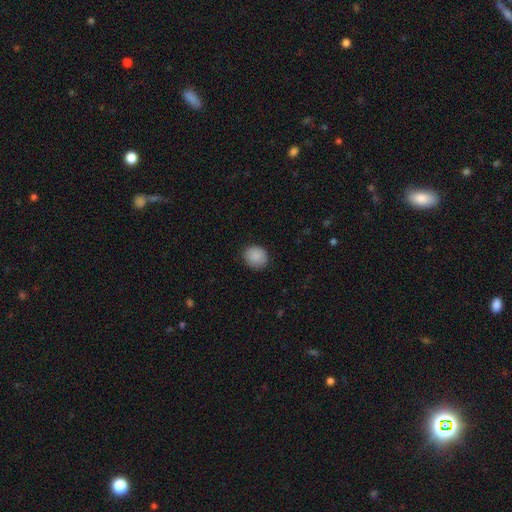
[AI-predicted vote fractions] smooth-or-featured: smooth: 89% | star or artifact: 8% | featured or disk: 4%
  how-rounded: round: 76% | in between: 24% | cigar-shaped: 1%
  merging: none: 87% | minor disturbance: 10% | major disturbance: 2% | merger: 1%